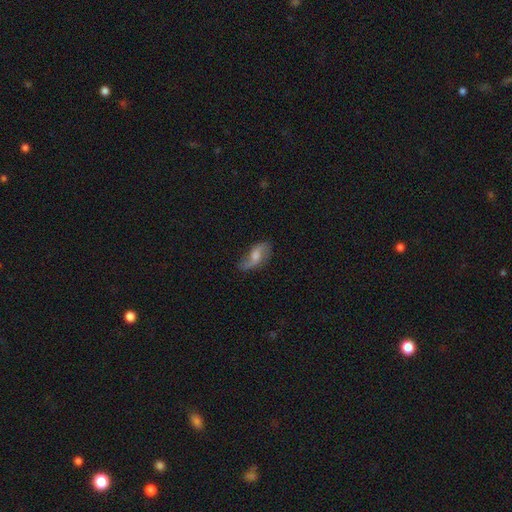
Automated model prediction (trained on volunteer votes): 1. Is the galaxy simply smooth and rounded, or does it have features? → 65% featured or disk, 27% smooth, 8% star or artifact.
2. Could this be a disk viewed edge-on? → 92% no, 8% yes.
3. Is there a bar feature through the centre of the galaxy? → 46% no, 43% weak, 11% strong.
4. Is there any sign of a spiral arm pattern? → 90% yes, 10% no.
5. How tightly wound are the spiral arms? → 79% loose, 16% medium, 5% tight.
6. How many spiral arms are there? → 85% 2, 7% 1, 5% can't tell, 1% 3, 1% 4, 1% more than 4.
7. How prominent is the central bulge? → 52% moderate, 27% small, 10% large, 9% none, 2% dominant.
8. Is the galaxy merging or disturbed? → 65% none, 23% minor disturbance, 10% major disturbance, 2% merger.